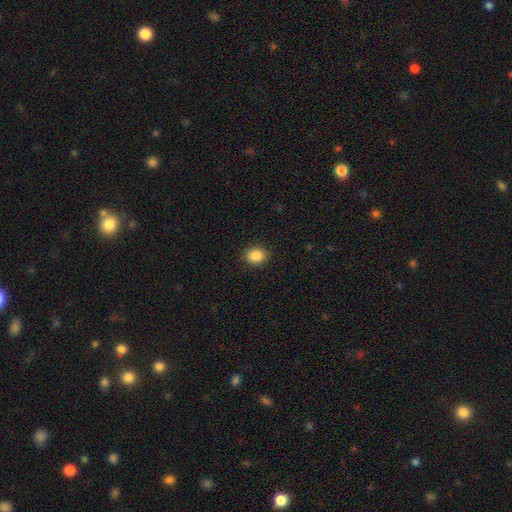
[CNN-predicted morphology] smooth 87%, star or artifact 9%, featured or disk 4%. Down the decision tree: how rounded — round (52%); merging — none (90%).